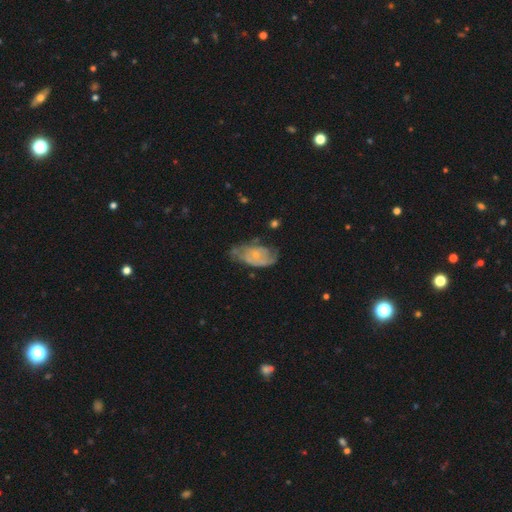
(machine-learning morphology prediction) smooth_or_featured: featured or disk (p=0.60) [alt: smooth p=0.33]
disk_edge_on: no (p=0.95) [alt: yes p=0.05]
bar: no (p=0.77) [alt: weak p=0.20]
has_spiral_arms: yes (p=0.69) [alt: no p=0.31]
bulge_size: small (p=0.68) [alt: moderate p=0.17]
merging: none (p=0.46) [alt: minor disturbance p=0.33]